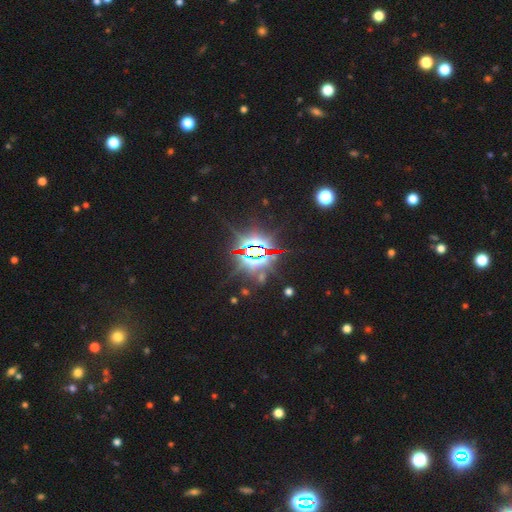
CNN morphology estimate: Smooth or featured?
  - star or artifact: 83% *
  - featured or disk: 10%
  - smooth: 7%